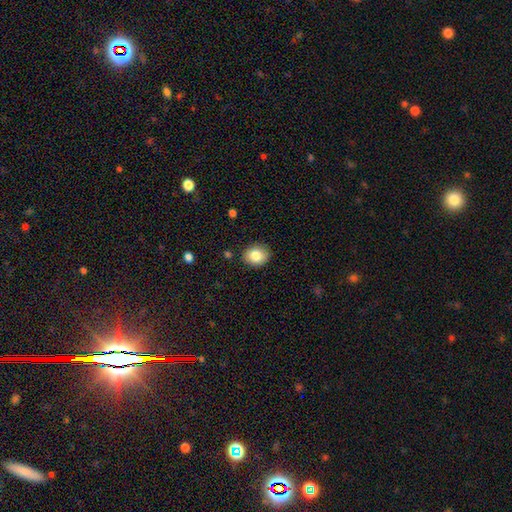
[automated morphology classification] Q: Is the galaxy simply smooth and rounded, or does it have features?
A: smooth — 83%.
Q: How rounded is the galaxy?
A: round — 61%.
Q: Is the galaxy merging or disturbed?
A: none — 87%.